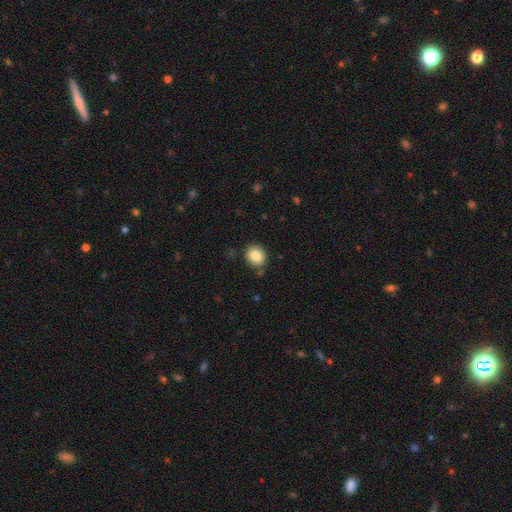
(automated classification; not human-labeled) Morphology: type=smooth (84%); roundness=round (72%); merging=none (82%).